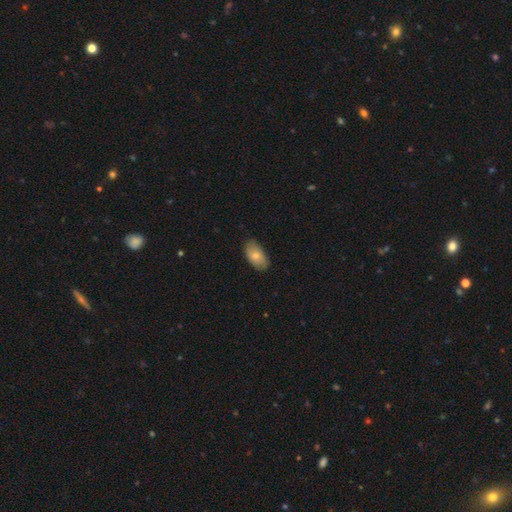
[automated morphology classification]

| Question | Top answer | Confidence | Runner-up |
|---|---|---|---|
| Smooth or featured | smooth | 75% | featured or disk (19%) |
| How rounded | in between | 93% | round (4%) |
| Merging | none | 82% | minor disturbance (15%) |